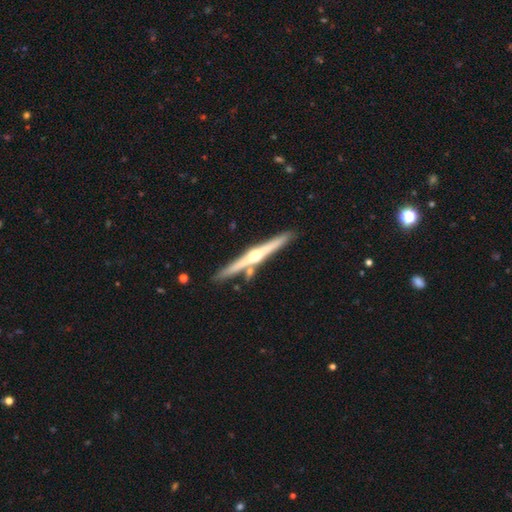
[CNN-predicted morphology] type=featured or disk (78%); edge-on=yes (98%); edge-on bulge=rounded (91%); merging=none (84%).